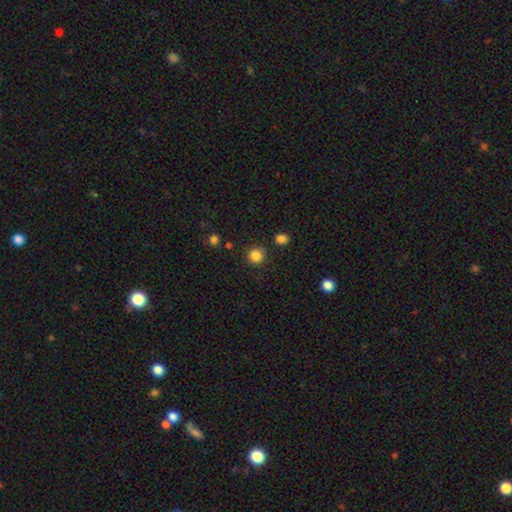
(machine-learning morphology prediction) smooth_or_featured: smooth (p=0.85) [alt: star or artifact p=0.11]
how_rounded: round (p=0.92) [alt: in between p=0.07]
merging: none (p=0.86) [alt: minor disturbance p=0.08]